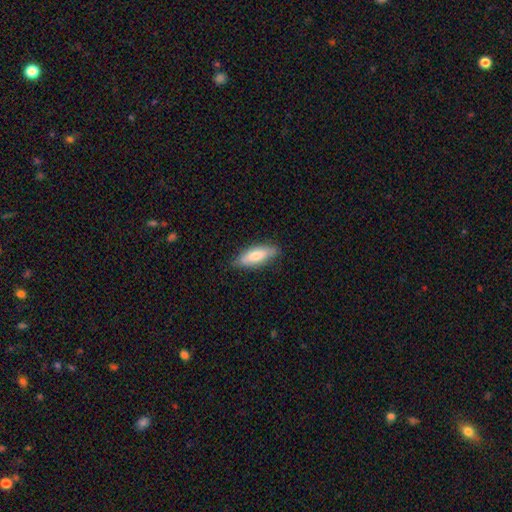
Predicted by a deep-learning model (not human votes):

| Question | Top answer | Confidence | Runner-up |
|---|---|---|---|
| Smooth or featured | smooth | 74% | featured or disk (20%) |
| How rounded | in between | 63% | cigar-shaped (35%) |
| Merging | none | 81% | minor disturbance (15%) |